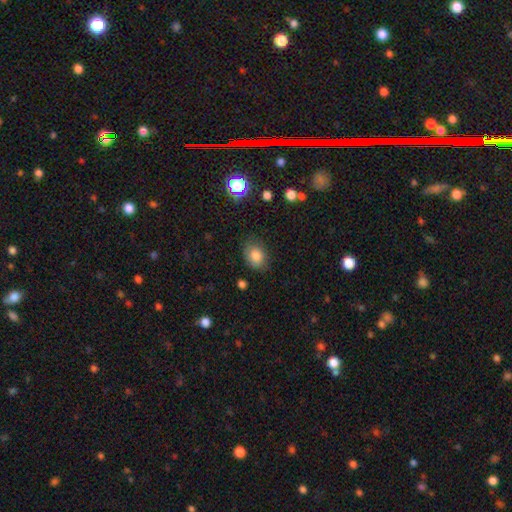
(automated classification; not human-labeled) Smooth or featured?
  - smooth: 82% *
  - star or artifact: 11%
  - featured or disk: 7%
How rounded?
  - in between: 61% *
  - round: 38%
  - cigar-shaped: 1%
Merging?
  - none: 78% *
  - minor disturbance: 17%
  - major disturbance: 4%
  - merger: 2%